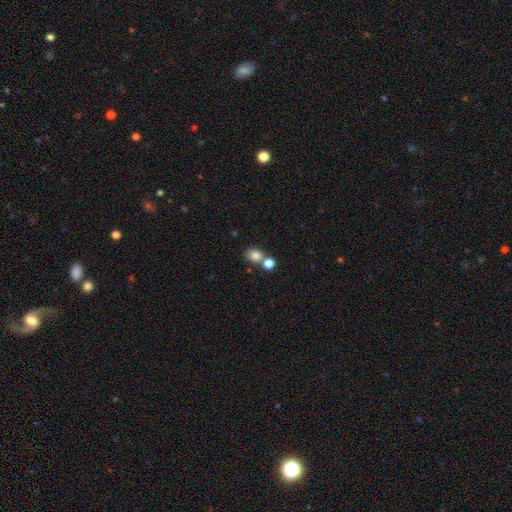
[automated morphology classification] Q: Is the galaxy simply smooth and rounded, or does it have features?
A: smooth — 81%.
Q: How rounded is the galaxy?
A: round — 70%.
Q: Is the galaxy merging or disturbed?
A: none — 52%.